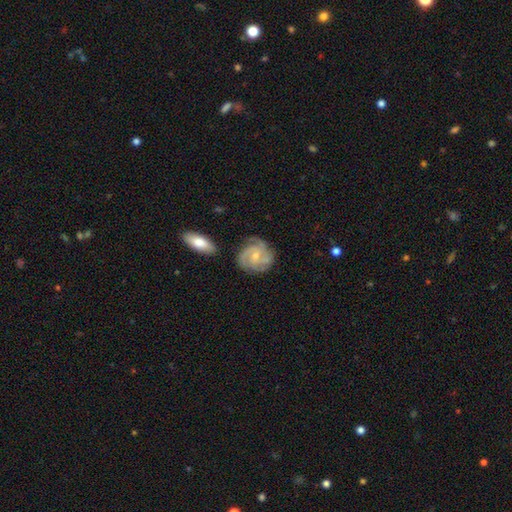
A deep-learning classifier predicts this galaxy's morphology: Q: Smooth or featured?
A: featured or disk (78%); runner-up: smooth (16%)
Q: Edge-on disk?
A: no (97%); runner-up: yes (3%)
Q: Bar?
A: no (67%); runner-up: weak (28%)
Q: Spiral arms?
A: yes (95%); runner-up: no (5%)
Q: Spiral winding?
A: tight (54%); runner-up: medium (37%)
Q: Spiral arm count?
A: 3 (43%); runner-up: can't tell (16%)
Q: Bulge size?
A: small (63%); runner-up: moderate (32%)
Q: Merging?
A: none (73%); runner-up: minor disturbance (18%)